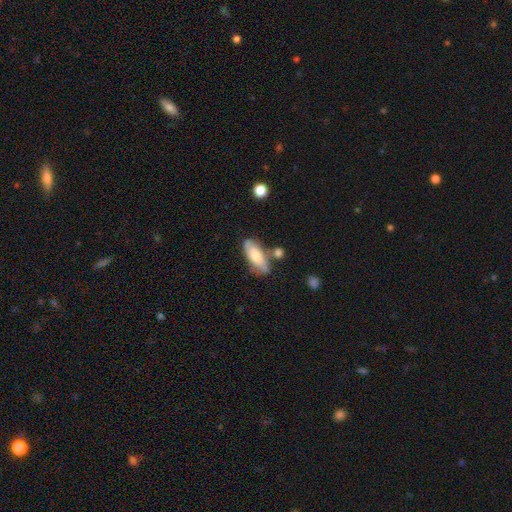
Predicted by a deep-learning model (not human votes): Morphology: type=smooth (68%); roundness=in between (77%); merging=none (62%).